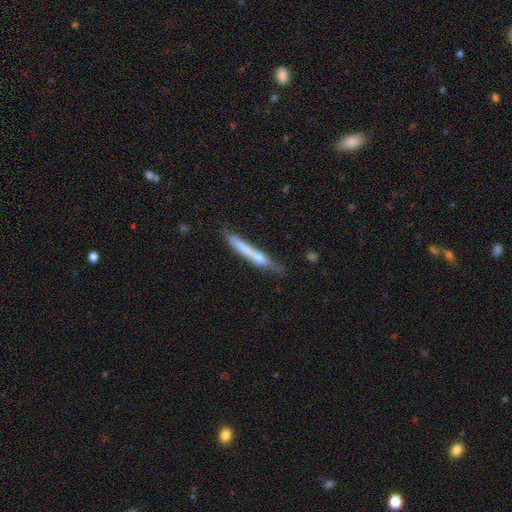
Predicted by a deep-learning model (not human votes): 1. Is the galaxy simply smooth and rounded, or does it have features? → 54% smooth, 39% featured or disk, 7% star or artifact.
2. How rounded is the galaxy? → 94% cigar-shaped, 4% in between, 2% round.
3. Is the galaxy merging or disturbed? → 60% none, 22% minor disturbance, 10% merger, 8% major disturbance.